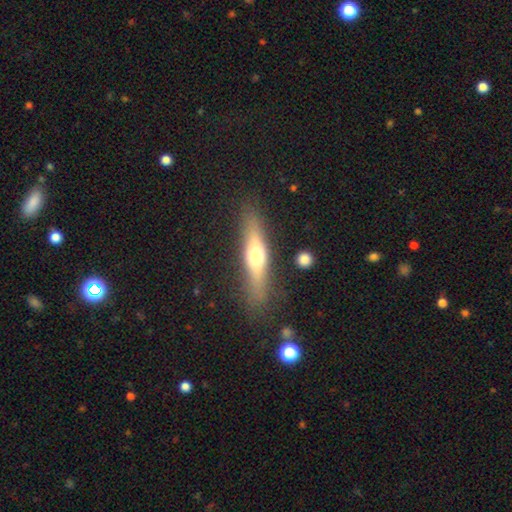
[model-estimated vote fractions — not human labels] Smooth or featured: featured or disk — 50% (smooth — 44%)
Edge-on disk: yes — 88% (no — 12%)
Merging: none — 83% (minor disturbance — 11%)